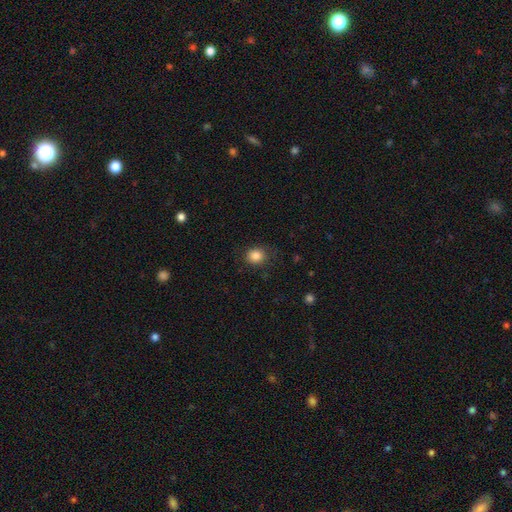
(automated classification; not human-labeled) Smooth or featured?
  - smooth: 85% *
  - star or artifact: 10%
  - featured or disk: 4%
How rounded?
  - round: 73% *
  - in between: 26%
  - cigar-shaped: 1%
Merging?
  - none: 85% *
  - minor disturbance: 11%
  - major disturbance: 3%
  - merger: 1%